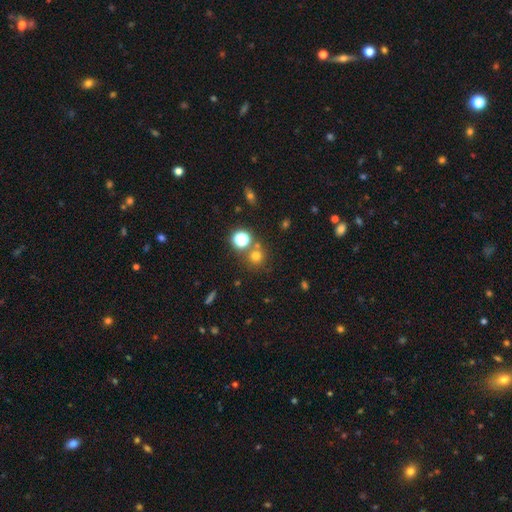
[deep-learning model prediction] Smooth or featured?
  - smooth: 67% *
  - star or artifact: 25%
  - featured or disk: 9%
How rounded?
  - round: 90% *
  - in between: 9%
  - cigar-shaped: 1%
Merging?
  - none: 70% *
  - merger: 18%
  - minor disturbance: 9%
  - major disturbance: 4%